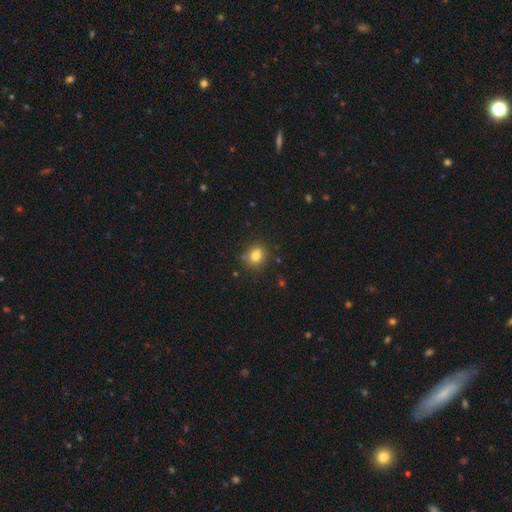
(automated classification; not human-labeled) Q: Smooth or featured?
A: smooth (80%); runner-up: star or artifact (12%)
Q: How rounded?
A: round (69%); runner-up: in between (30%)
Q: Merging?
A: none (80%); runner-up: minor disturbance (13%)